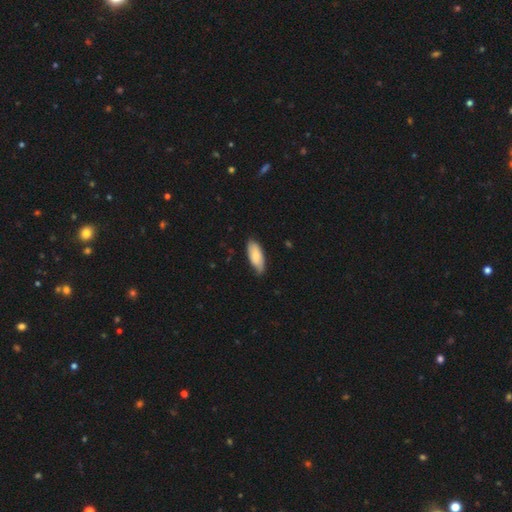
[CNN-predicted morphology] smooth-or-featured: smooth: 76% | featured or disk: 19% | star or artifact: 6%
  how-rounded: in between: 84% | cigar-shaped: 15% | round: 2%
  merging: none: 70% | minor disturbance: 25% | major disturbance: 3% | merger: 1%